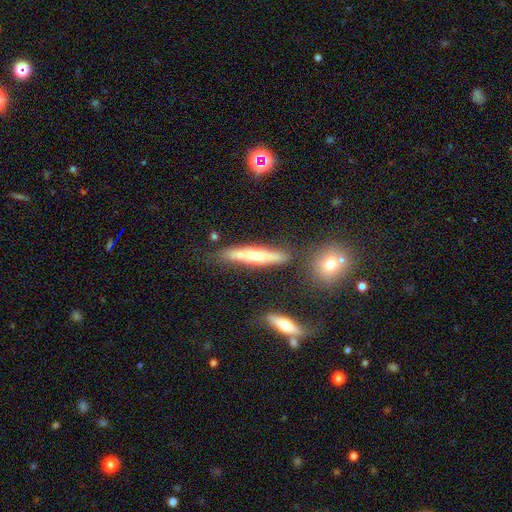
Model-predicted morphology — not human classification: Q: Smooth or featured?
A: featured or disk (47%); runner-up: smooth (44%)
Q: Merging?
A: none (69%); runner-up: minor disturbance (16%)